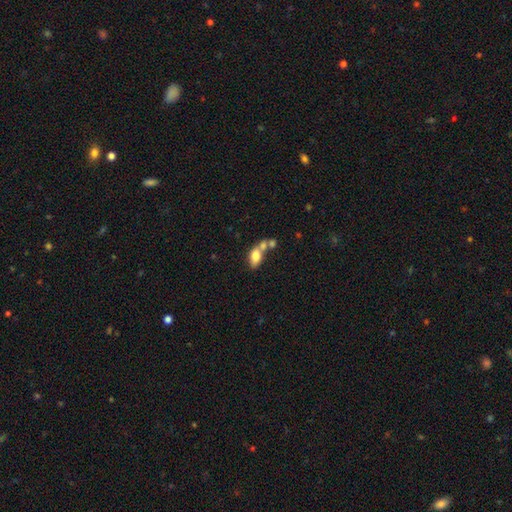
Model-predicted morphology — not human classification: A smooth galaxy with no disk features (74%) that is in between round and cigar-shaped (86%). Merging: merger (51%).